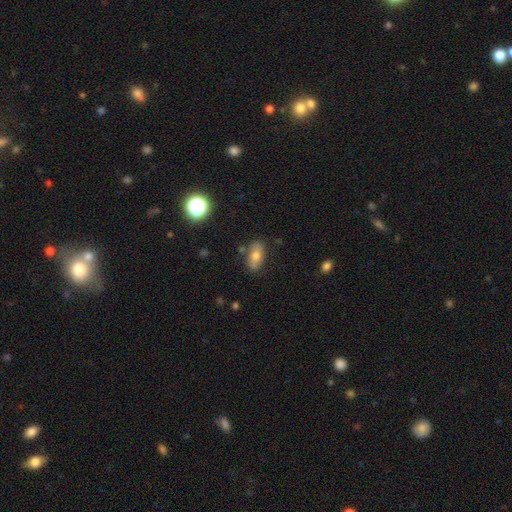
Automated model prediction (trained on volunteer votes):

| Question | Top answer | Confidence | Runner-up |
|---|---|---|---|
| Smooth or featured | smooth | 67% | featured or disk (22%) |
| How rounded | in between | 86% | round (8%) |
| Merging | none | 81% | minor disturbance (12%) |